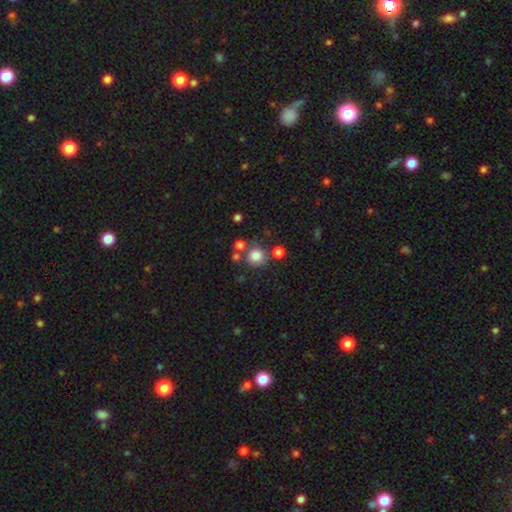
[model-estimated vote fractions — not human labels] The model was most divided on "merging": none: 70%, merger: 16%, minor disturbance: 10%, major disturbance: 4%. More confident: how rounded — round (91%); smooth or featured — smooth (80%).